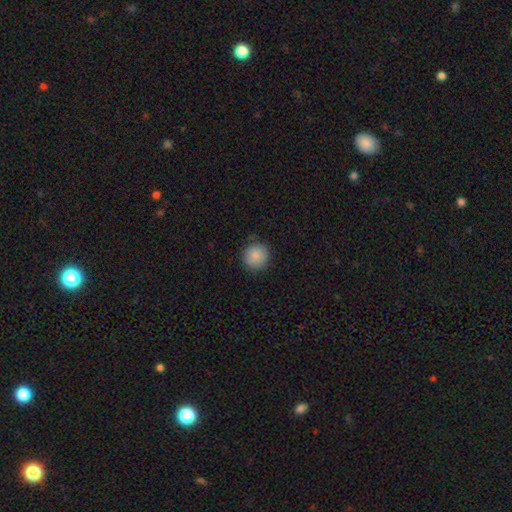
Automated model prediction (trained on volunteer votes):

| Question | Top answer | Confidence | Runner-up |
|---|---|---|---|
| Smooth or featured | smooth | 87% | star or artifact (8%) |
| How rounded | round | 92% | in between (7%) |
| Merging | none | 84% | minor disturbance (12%) |